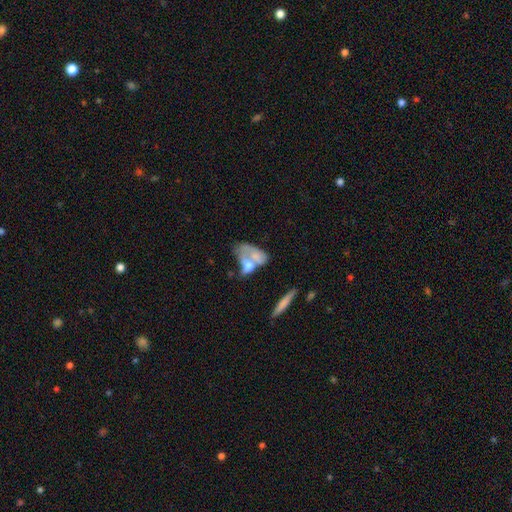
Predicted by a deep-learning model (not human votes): This appears to be a smooth galaxy with no disk features (54%) that is in between round and cigar-shaped (86%). Merging: merger (52%).